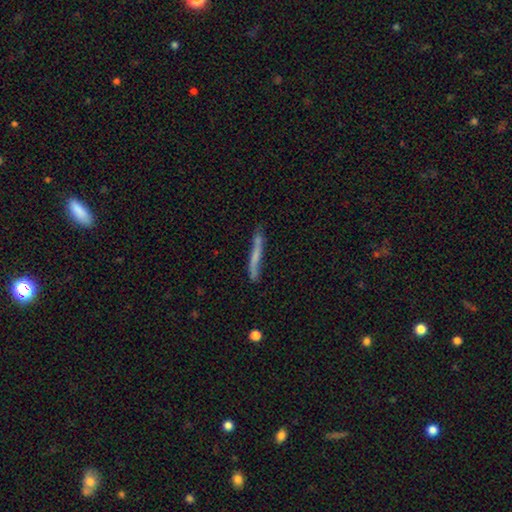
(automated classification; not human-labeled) Morphology: type=smooth (49%); merging=none (64%).